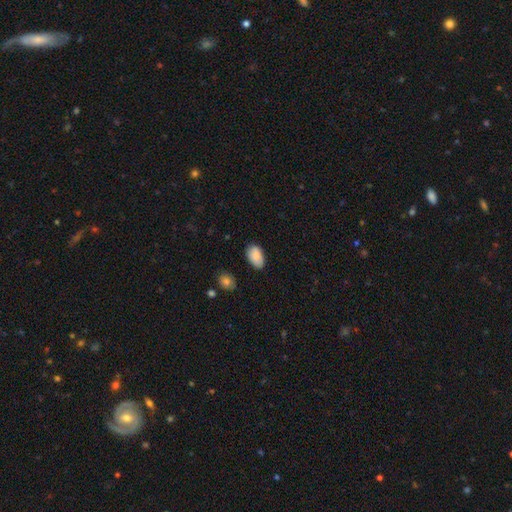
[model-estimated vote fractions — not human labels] Morphology: type=smooth (84%); roundness=in between (93%); merging=none (79%).